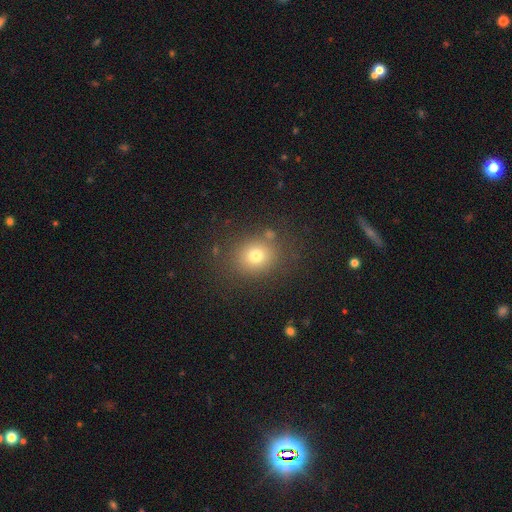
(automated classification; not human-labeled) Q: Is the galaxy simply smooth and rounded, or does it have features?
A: smooth — 74%.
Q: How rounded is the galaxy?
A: round — 75%.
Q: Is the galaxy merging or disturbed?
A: none — 81%.